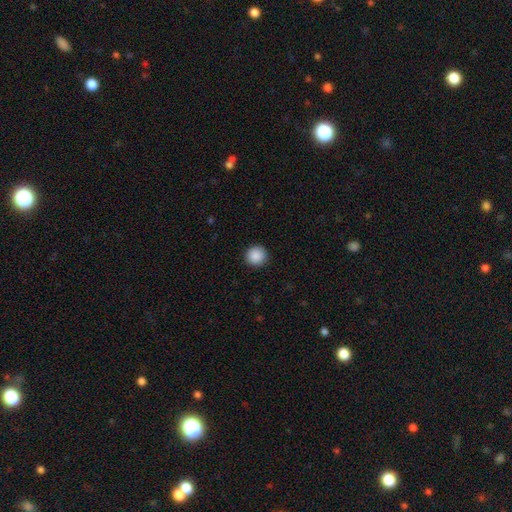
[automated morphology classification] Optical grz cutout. It shows a smooth galaxy with no disk features (89%) that is round (95%). Merging: none (92%).